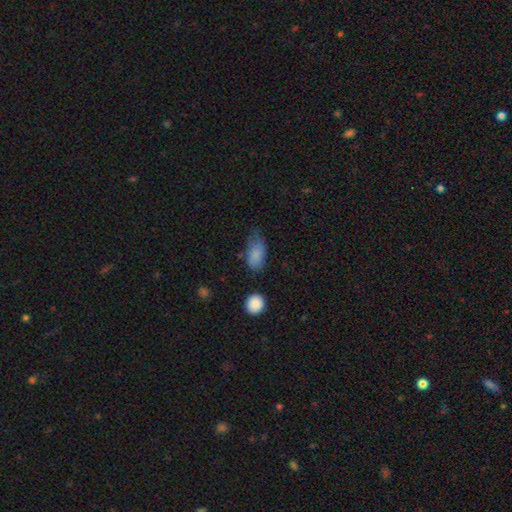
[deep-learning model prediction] Smooth or featured: smooth — 83% (featured or disk — 8%)
How rounded: in between — 89% (round — 6%)
Merging: none — 43% (minor disturbance — 38%)